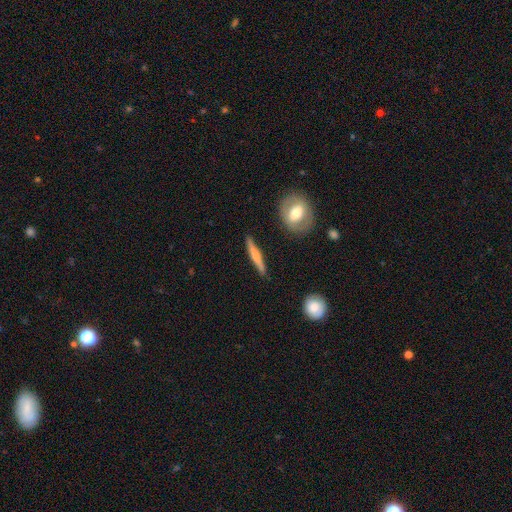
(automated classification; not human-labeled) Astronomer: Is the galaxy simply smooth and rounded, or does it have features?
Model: smooth — 49% (runner-up: featured or disk, 46%).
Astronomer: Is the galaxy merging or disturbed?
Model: none — 88%.